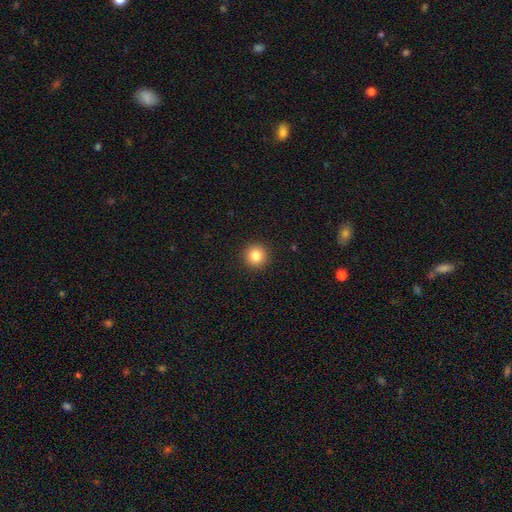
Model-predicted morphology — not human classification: This is clearly a smooth galaxy (84%). How rounded: clearly round (96%). Merging: clearly none (93%).